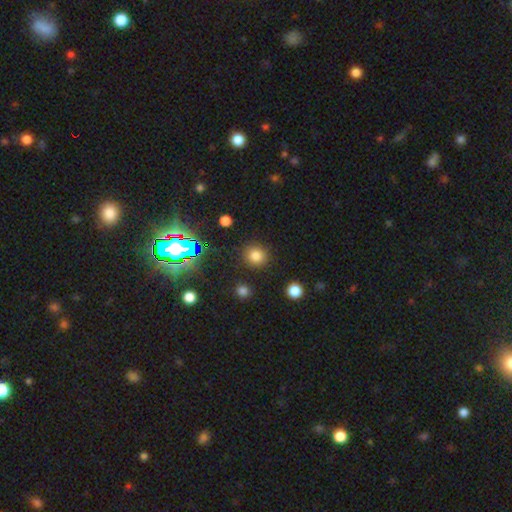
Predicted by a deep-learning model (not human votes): This appears to be a smooth galaxy with no disk features (76%) that is round (86%). Merging: none (87%).